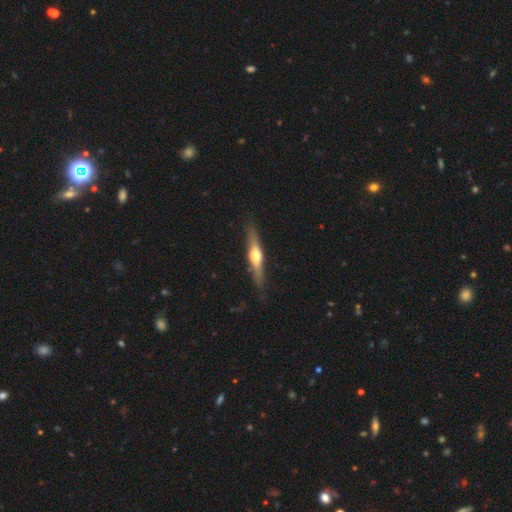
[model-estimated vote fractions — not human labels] Q: Smooth or featured?
A: featured or disk (65%); runner-up: smooth (30%)
Q: Edge-on disk?
A: yes (95%); runner-up: no (5%)
Q: Edge-on bulge?
A: rounded (92%); runner-up: boxy (5%)
Q: Merging?
A: none (82%); runner-up: minor disturbance (13%)